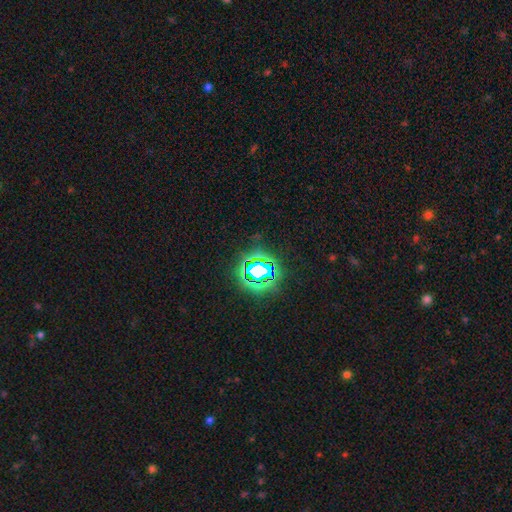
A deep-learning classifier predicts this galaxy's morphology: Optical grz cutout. It shows a star or artifact, not a galaxy (78%).